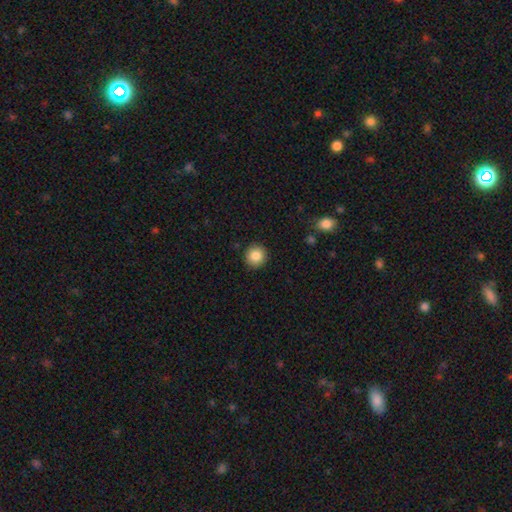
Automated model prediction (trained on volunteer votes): The model was most divided on "smooth or featured": smooth: 85%, star or artifact: 9%, featured or disk: 5%. More confident: how rounded — round (94%); merging — none (91%).